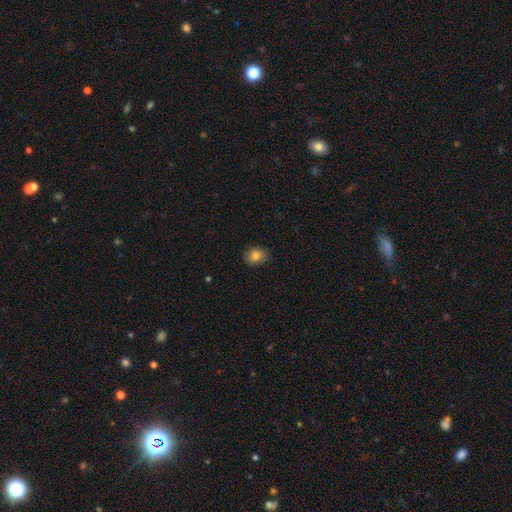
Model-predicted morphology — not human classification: A smooth galaxy with no disk features (82%) that is round (63%).

Vote fractions:
- Smooth or featured? smooth: 82% / star or artifact: 10% / featured or disk: 8%
- How rounded? round: 63% / in between: 36% / cigar-shaped: 1%
- Merging? none: 86% / minor disturbance: 11% / major disturbance: 2% / merger: 1%